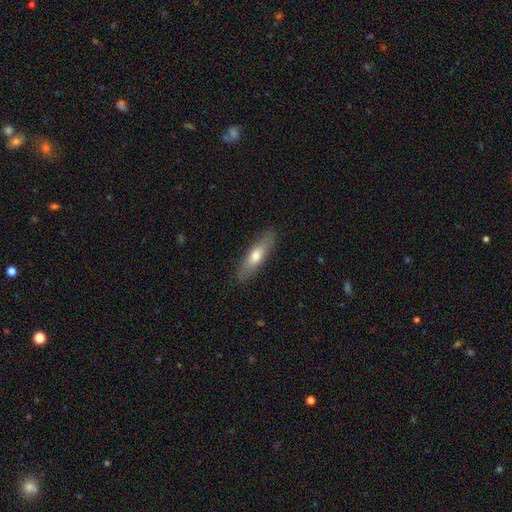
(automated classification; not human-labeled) The model was most divided on "how rounded": cigar-shaped: 63%, in between: 35%, round: 2%. More confident: merging — none (86%); smooth or featured — smooth (64%).